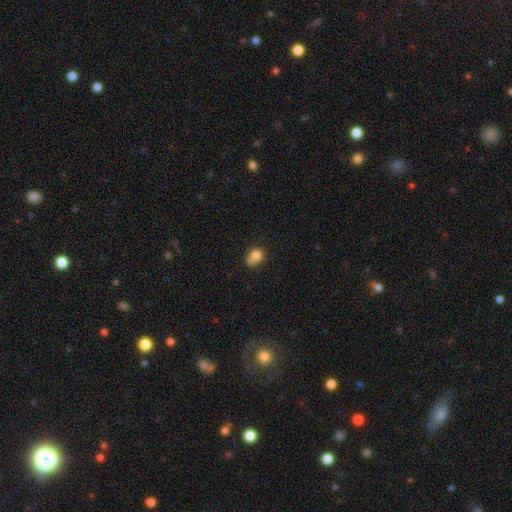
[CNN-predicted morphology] A smooth galaxy with no disk features (75%) that is round (73%).

Vote fractions:
- Smooth or featured? smooth: 75% / featured or disk: 14% / star or artifact: 11%
- How rounded? round: 73% / in between: 26% / cigar-shaped: 1%
- Merging? merger: 47% / none: 36% / minor disturbance: 12% / major disturbance: 5%